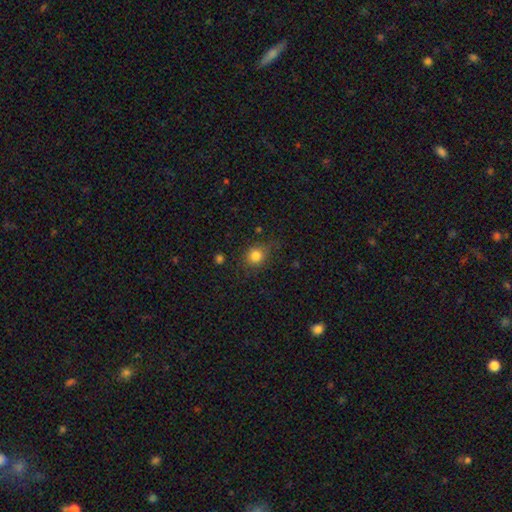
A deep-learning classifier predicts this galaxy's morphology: smooth_or_featured: smooth (p=0.82) [alt: star or artifact p=0.12]
how_rounded: round (p=0.81) [alt: in between p=0.18]
merging: none (p=0.73) [alt: minor disturbance p=0.19]